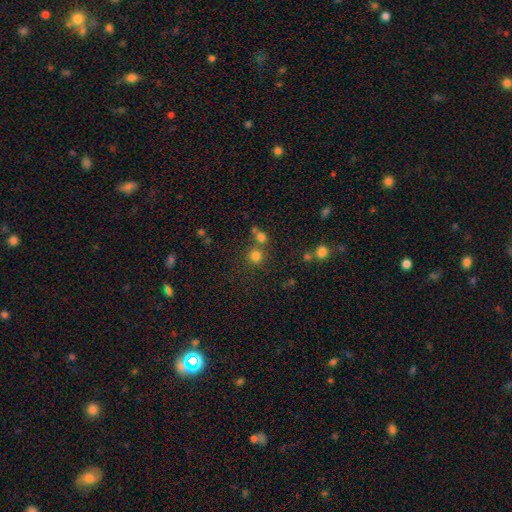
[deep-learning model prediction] This appears to be a smooth galaxy with no disk features (75%) that is round (92%). Merging: none (68%).